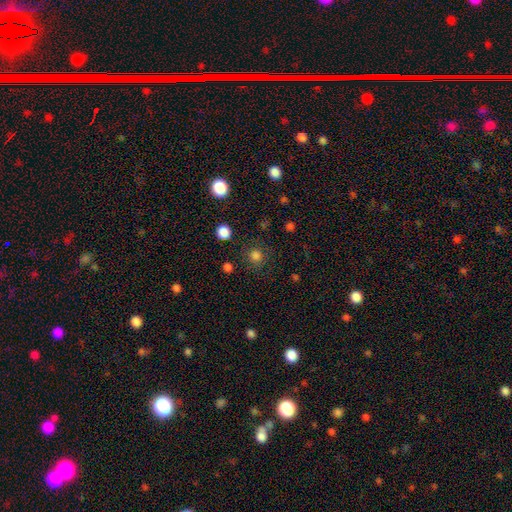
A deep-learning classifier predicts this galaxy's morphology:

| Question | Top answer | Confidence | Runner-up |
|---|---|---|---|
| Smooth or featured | smooth | 79% | star or artifact (16%) |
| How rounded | round | 92% | in between (7%) |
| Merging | none | 86% | minor disturbance (9%) |